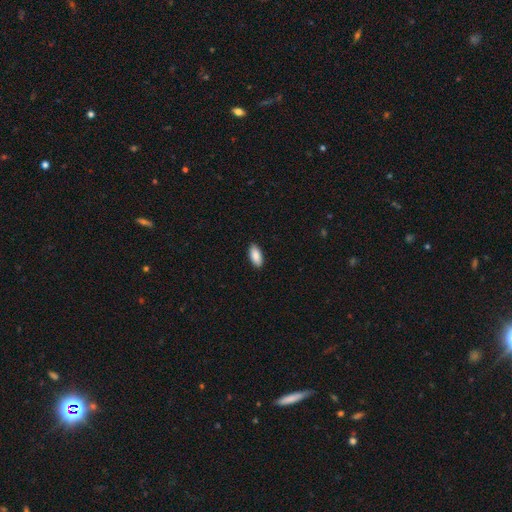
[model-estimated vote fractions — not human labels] A smooth galaxy with no disk features (90%) that is in between round and cigar-shaped (91%).

Vote fractions:
- Smooth or featured? smooth: 90% / star or artifact: 6% / featured or disk: 4%
- How rounded? in between: 91% / cigar-shaped: 8% / round: 2%
- Merging? none: 91% / minor disturbance: 7% / major disturbance: 2% / merger: 1%